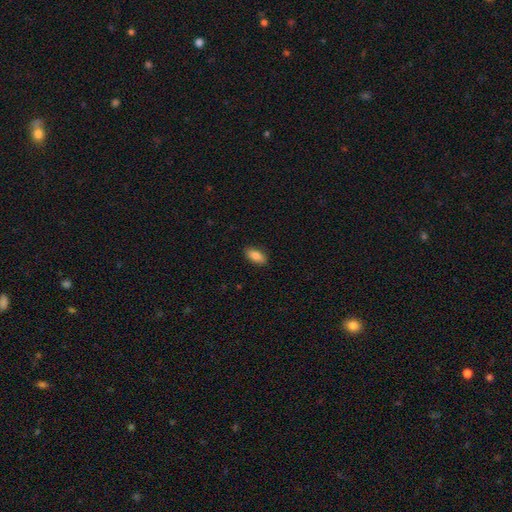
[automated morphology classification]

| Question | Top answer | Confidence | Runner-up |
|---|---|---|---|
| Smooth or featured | smooth | 86% | featured or disk (7%) |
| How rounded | in between | 90% | cigar-shaped (7%) |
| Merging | none | 89% | minor disturbance (8%) |